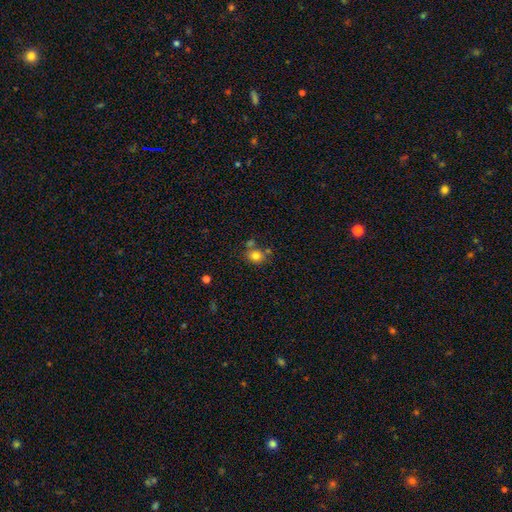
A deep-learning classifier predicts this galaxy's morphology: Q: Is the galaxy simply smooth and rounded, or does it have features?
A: smooth — 79%.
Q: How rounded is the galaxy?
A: round — 68%.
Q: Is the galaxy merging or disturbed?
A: none — 62%.